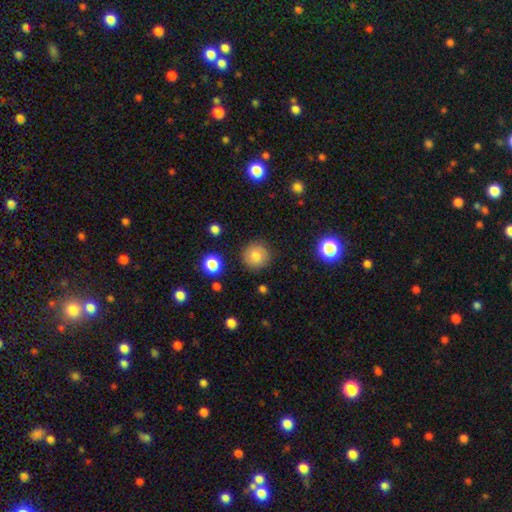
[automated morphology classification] The model was most divided on "smooth or featured": smooth: 77%, featured or disk: 12%, star or artifact: 11%. More confident: how rounded — round (93%); merging — none (87%).